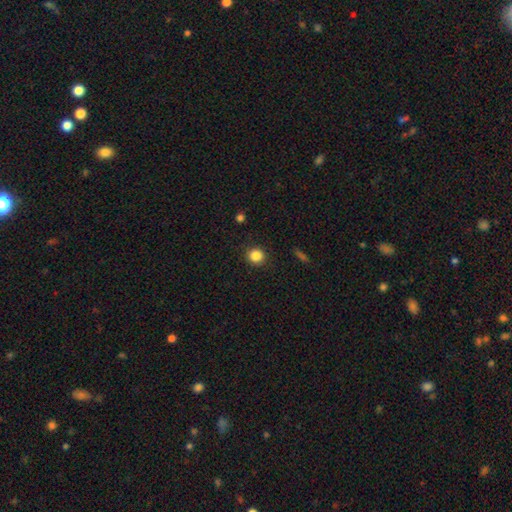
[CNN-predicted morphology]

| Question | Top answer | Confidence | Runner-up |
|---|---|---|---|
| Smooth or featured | smooth | 85% | star or artifact (11%) |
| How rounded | round | 91% | in between (8%) |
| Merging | none | 90% | minor disturbance (7%) |